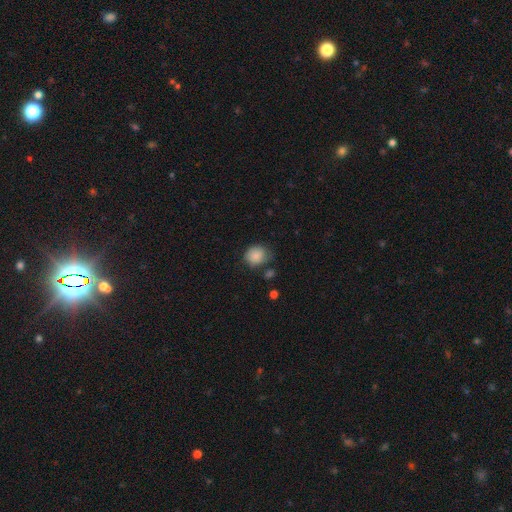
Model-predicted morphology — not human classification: smooth_or_featured: smooth (p=0.86) [alt: star or artifact p=0.09]
how_rounded: round (p=0.73) [alt: in between p=0.26]
merging: none (p=0.64) [alt: minor disturbance p=0.25]